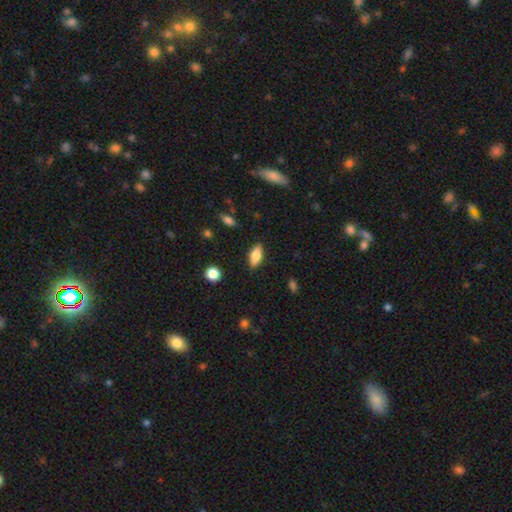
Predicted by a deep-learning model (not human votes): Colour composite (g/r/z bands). It shows a smooth galaxy with no disk features (76%) that is in between round and cigar-shaped (81%). Merging: none (86%).